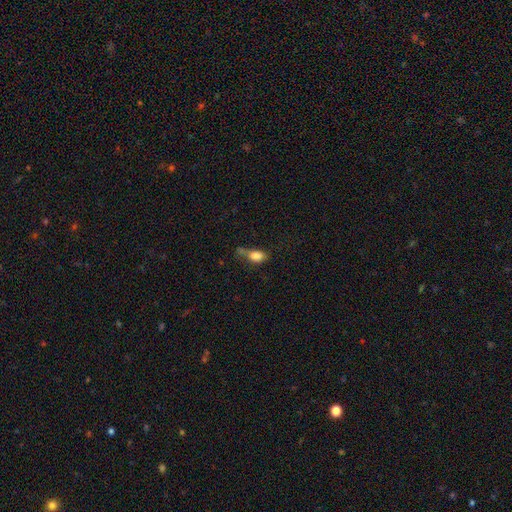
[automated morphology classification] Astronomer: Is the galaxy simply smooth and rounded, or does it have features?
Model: smooth — 78%.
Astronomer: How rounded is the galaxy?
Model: in between — 78%.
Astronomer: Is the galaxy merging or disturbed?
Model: none — 31% (runner-up: minor disturbance, 30%).